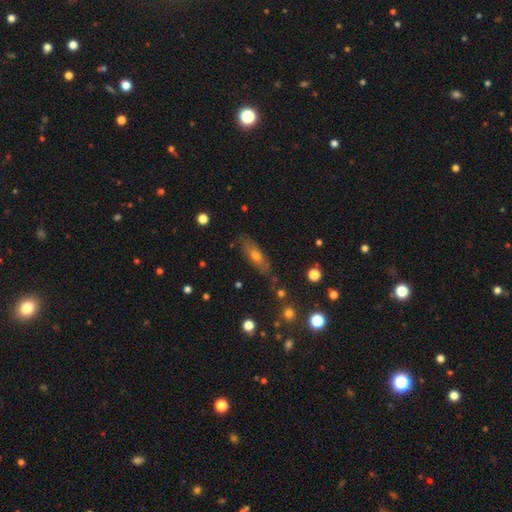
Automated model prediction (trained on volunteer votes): Smooth or featured?
  - smooth: 54% *
  - featured or disk: 38%
  - star or artifact: 9%
How rounded?
  - in between: 51% *
  - cigar-shaped: 45%
  - round: 4%
Merging?
  - none: 76% *
  - minor disturbance: 17%
  - major disturbance: 4%
  - merger: 3%